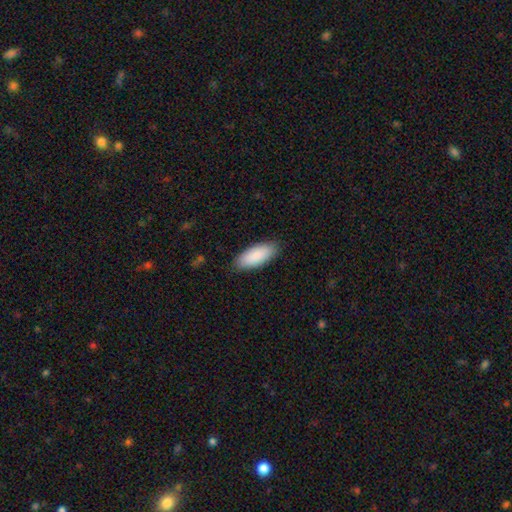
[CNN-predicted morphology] The model was most divided on "how rounded": in between: 85%, cigar-shaped: 14%, round: 2%. More confident: smooth or featured — smooth (90%); merging — none (86%).